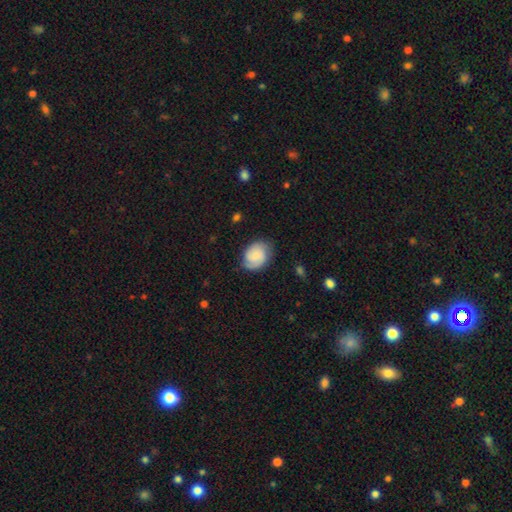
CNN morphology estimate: This is possibly a featured or disk galaxy (53%). It is clearly not viewed edge-on (97%). Bar: likely no (61%). Spiral arm pattern: clearly yes (92%). Central bulge: marginally small (41%). Merging: likely none (72%).